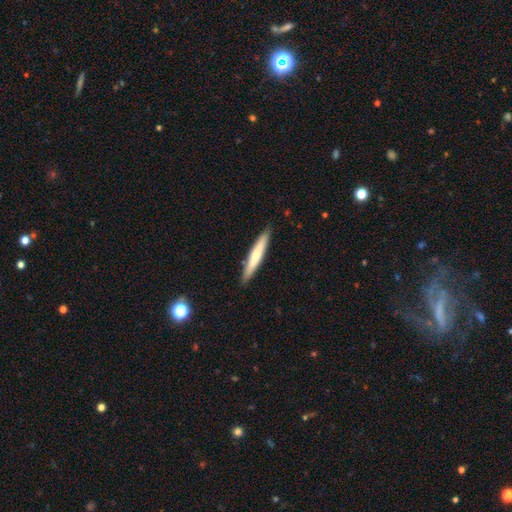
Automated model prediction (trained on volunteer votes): Overall: smooth (64%; featured or disk 31%). How rounded: cigar-shaped (94%). Merging: none (89%).